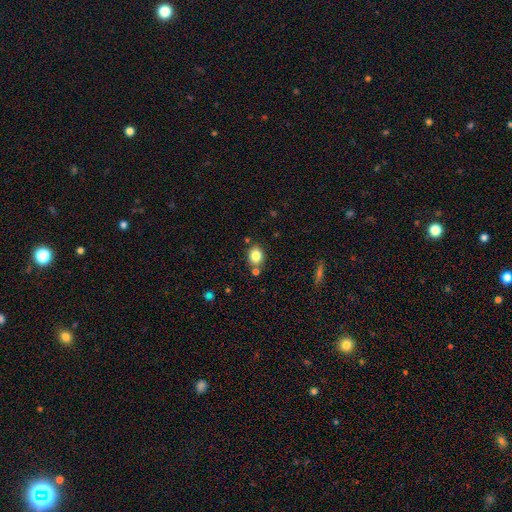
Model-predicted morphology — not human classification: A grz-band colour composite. It shows a smooth galaxy with no disk features (82%) that is round (51%). Merging: none (75%).